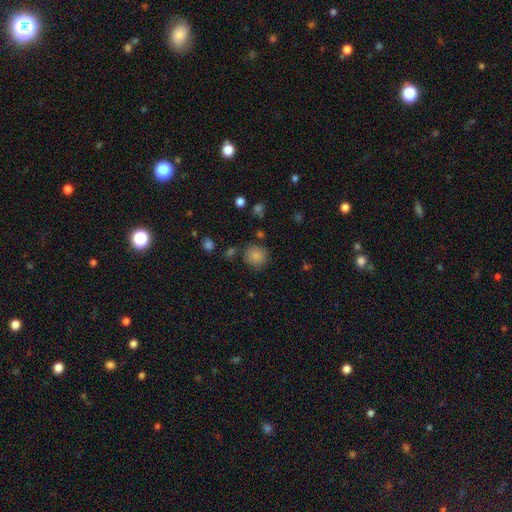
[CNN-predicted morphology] Smooth or featured: smooth — 84% (star or artifact — 10%)
How rounded: round — 87% (in between — 12%)
Merging: none — 79% (minor disturbance — 13%)